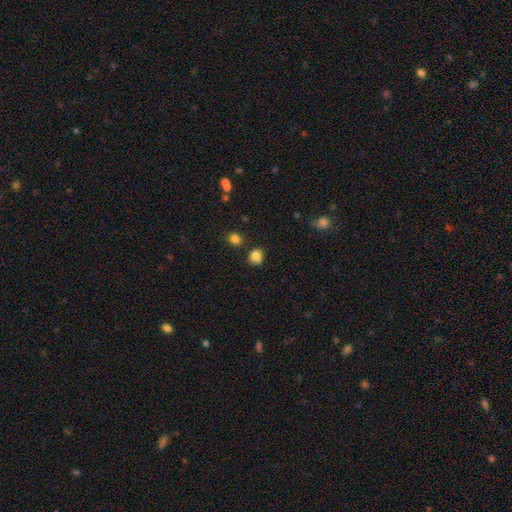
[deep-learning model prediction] smooth-or-featured: smooth: 83% | star or artifact: 12% | featured or disk: 5%
  how-rounded: round: 77% | in between: 22% | cigar-shaped: 1%
  merging: none: 75% | minor disturbance: 16% | merger: 5% | major disturbance: 4%